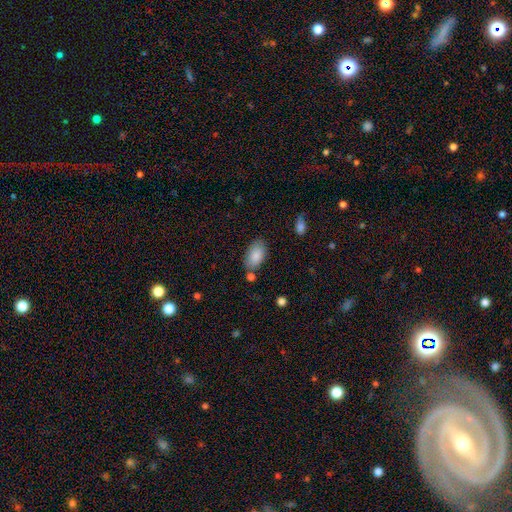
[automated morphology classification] This appears to be a smooth galaxy with no disk features (86%) that is in between round and cigar-shaped (94%). Merging: none (72%).